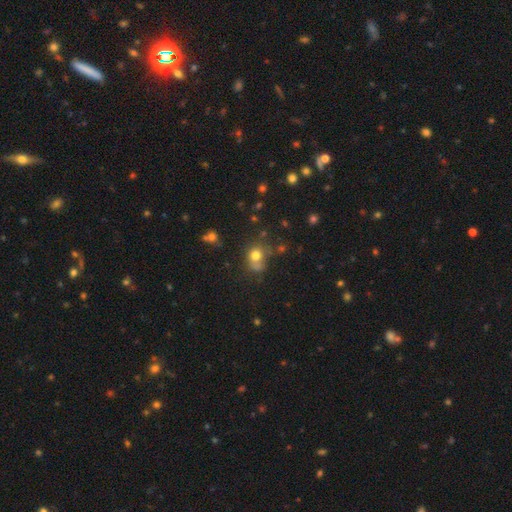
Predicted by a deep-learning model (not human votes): Smooth or featured? Predicted: smooth (p=0.73). How rounded? Predicted: round (p=0.72). Merging? Predicted: none (p=0.49).